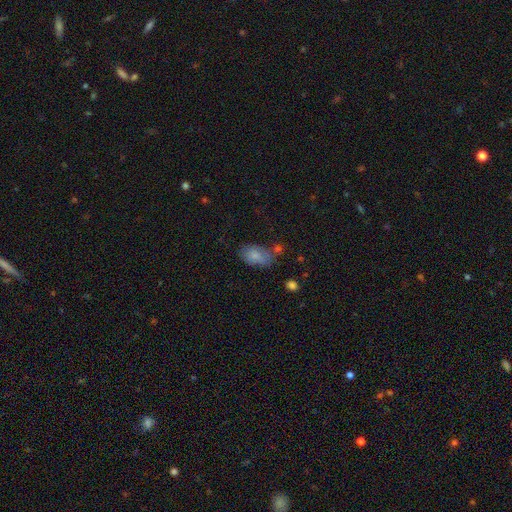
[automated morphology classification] type=smooth (81%); roundness=in between (91%); merging=none (54%).